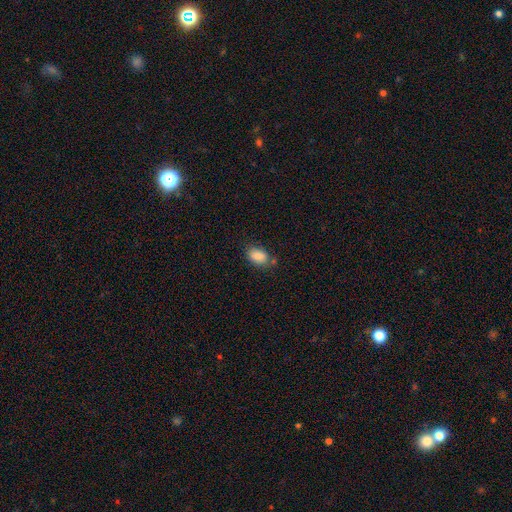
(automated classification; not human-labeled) Smooth or featured? smooth (88%)
How rounded? in between (88%)
Merging? none (71%)